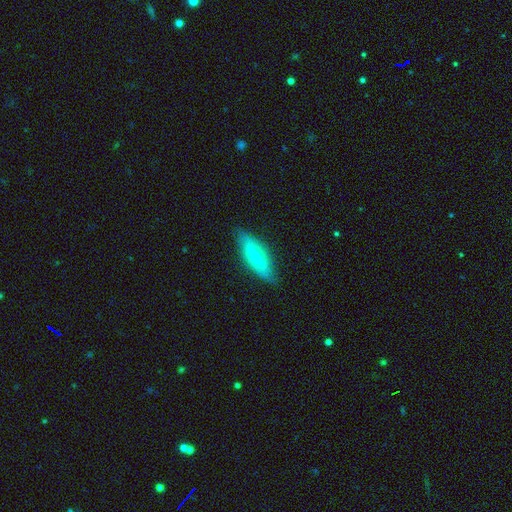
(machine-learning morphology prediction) Q: Smooth or featured?
A: smooth (51%); runner-up: featured or disk (43%)
Q: How rounded?
A: cigar-shaped (57%); runner-up: in between (41%)
Q: Merging?
A: none (83%); runner-up: minor disturbance (13%)